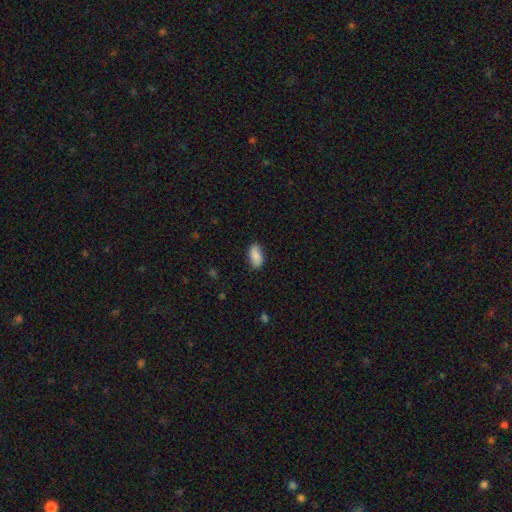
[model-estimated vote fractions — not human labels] Smooth or featured? Predicted: smooth (p=0.78). How rounded? Predicted: in between (p=0.91). Merging? Predicted: none (p=0.79).